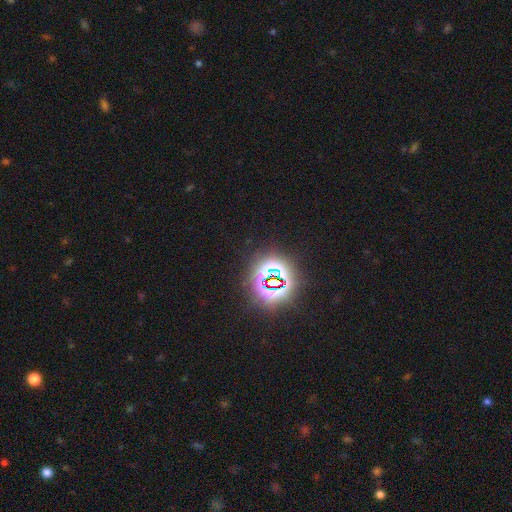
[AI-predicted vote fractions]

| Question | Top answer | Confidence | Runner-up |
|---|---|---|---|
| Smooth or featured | star or artifact | 78% | smooth (14%) |